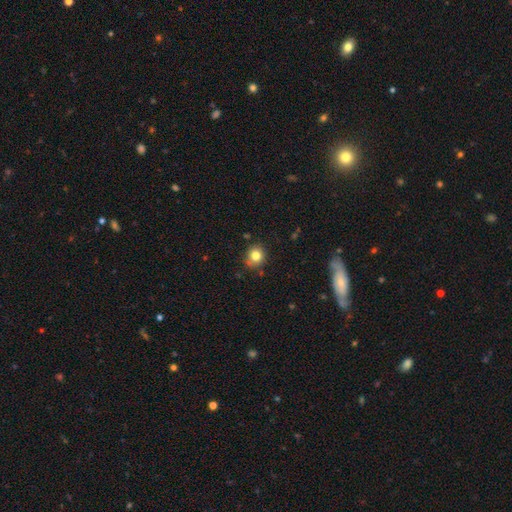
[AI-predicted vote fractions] Smooth or featured? smooth (80%)
How rounded? round (80%)
Merging? none (80%)